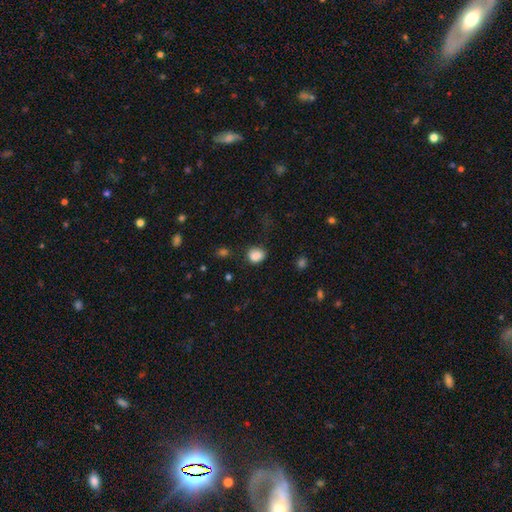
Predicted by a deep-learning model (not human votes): Smooth or featured? smooth (85%)
How rounded? round (60%)
Merging? none (65%)